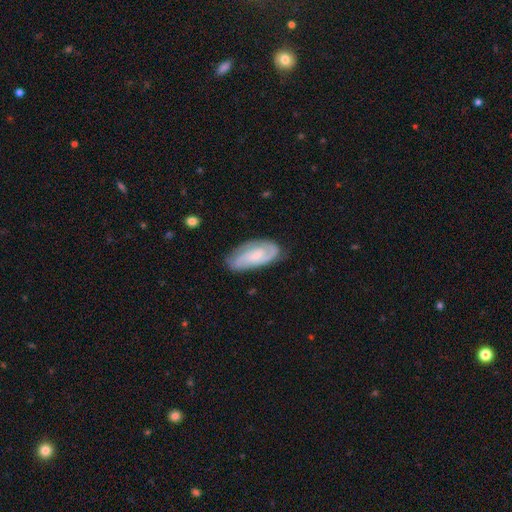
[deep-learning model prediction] smooth-or-featured: featured or disk: 71% | smooth: 23% | star or artifact: 6%
  disk-edge-on: no: 95% | yes: 5%
    bar: no: 55% | weak: 36% | strong: 9%
    has-spiral-arms: yes: 94% | no: 6%
      spiral-winding: tight: 50% | medium: 38% | loose: 12%
      spiral-arm-count: 2: 60% | can't tell: 18% | 3: 12% | 1: 5% | 4: 2% | more than 4: 2%
    bulge-size: small: 57% | moderate: 24% | none: 16% | large: 3% | dominant: 1%
  merging: none: 75% | minor disturbance: 18% | major disturbance: 5% | merger: 1%